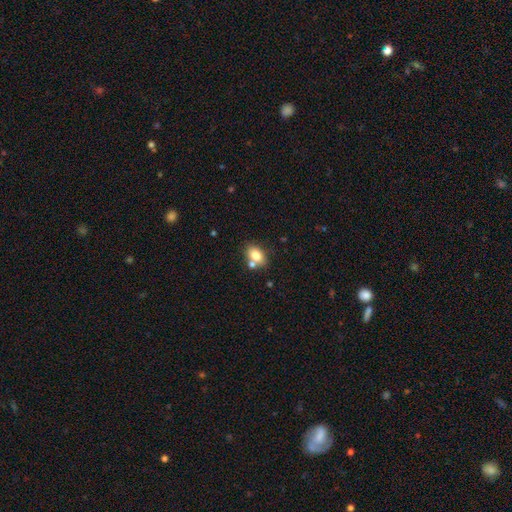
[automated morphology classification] smooth 80%, featured or disk 11%, star or artifact 9%. Down the decision tree: how rounded — in between (79%); merging — none (60%).